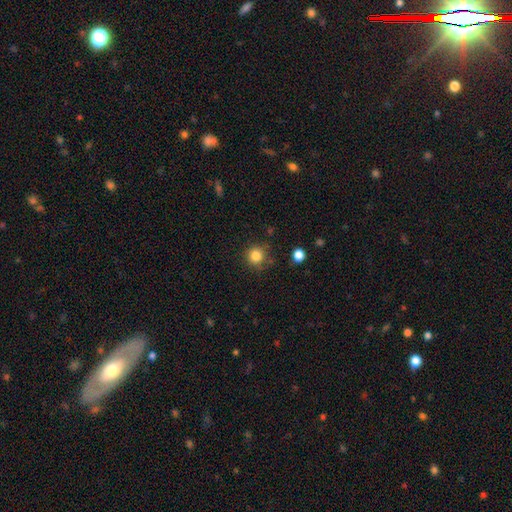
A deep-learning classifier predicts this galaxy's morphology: This appears to be a smooth galaxy with no disk features (83%) that is round (93%). Merging: none (82%).